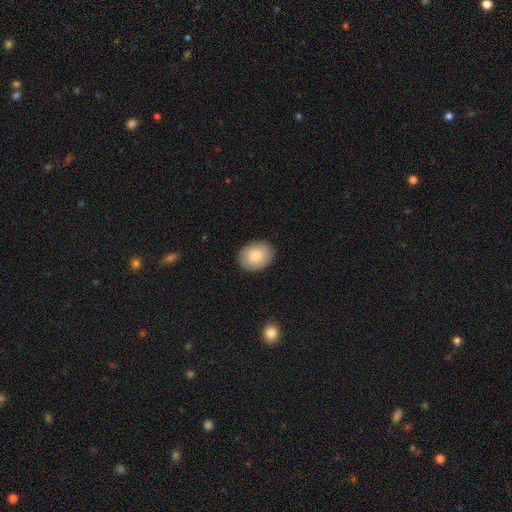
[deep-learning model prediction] smooth 82%, featured or disk 11%, star or artifact 7%. Down the decision tree: how rounded — round (56%); merging — none (88%).